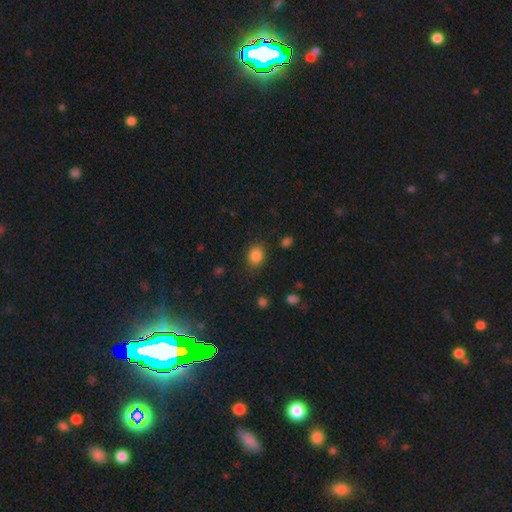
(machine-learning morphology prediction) Smooth or featured?
  - smooth: 85% *
  - star or artifact: 10%
  - featured or disk: 5%
How rounded?
  - in between: 53% *
  - round: 46%
  - cigar-shaped: 1%
Merging?
  - none: 83% *
  - minor disturbance: 12%
  - major disturbance: 4%
  - merger: 2%